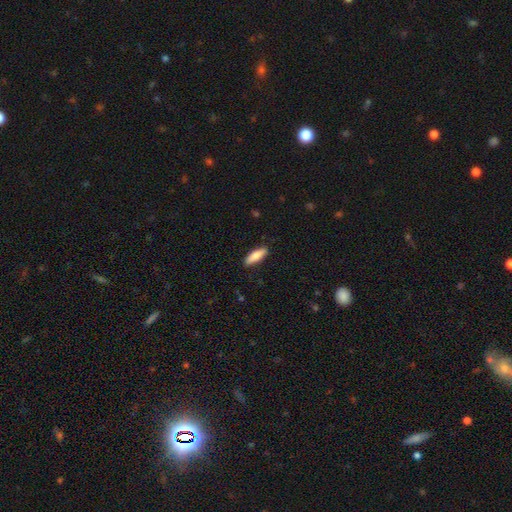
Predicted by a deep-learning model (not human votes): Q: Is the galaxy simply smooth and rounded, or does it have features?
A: smooth — 81%.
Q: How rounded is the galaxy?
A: in between — 51%.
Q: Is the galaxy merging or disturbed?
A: none — 89%.